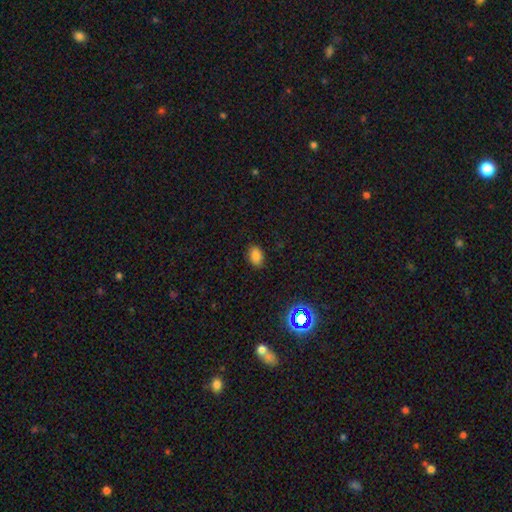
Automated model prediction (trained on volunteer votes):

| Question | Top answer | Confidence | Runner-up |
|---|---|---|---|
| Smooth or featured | smooth | 81% | star or artifact (14%) |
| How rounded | in between | 80% | round (18%) |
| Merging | none | 85% | minor disturbance (11%) |